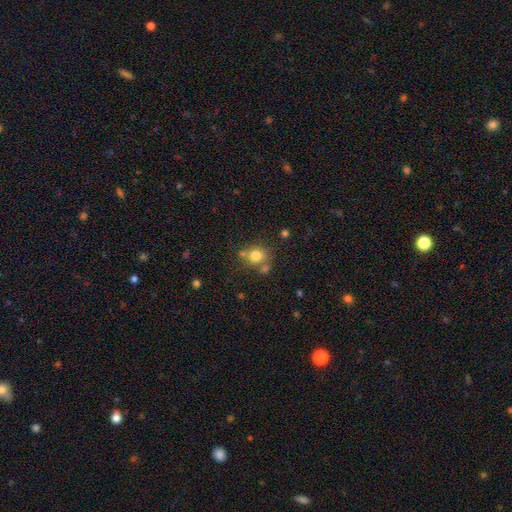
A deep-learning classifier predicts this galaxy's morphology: A smooth galaxy with no disk features (77%) that is round (77%). Merging: none (61%).